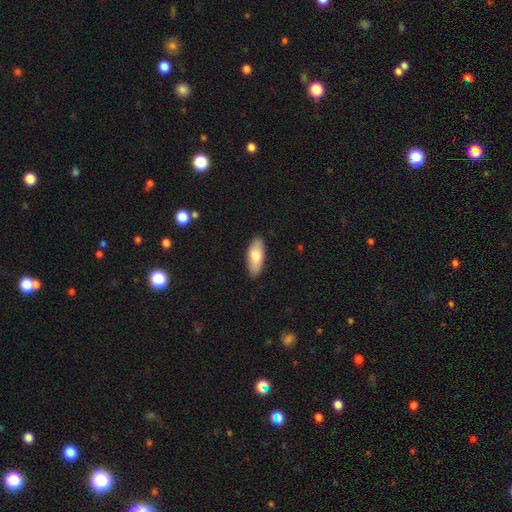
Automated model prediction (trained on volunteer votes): smooth-or-featured: smooth: 77% | featured or disk: 18% | star or artifact: 6%
  how-rounded: in between: 81% | cigar-shaped: 17% | round: 2%
  merging: none: 89% | minor disturbance: 9% | major disturbance: 2% | merger: 1%